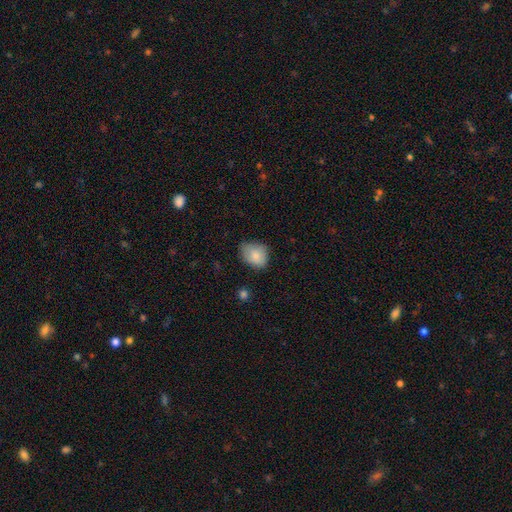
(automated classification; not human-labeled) smooth_or_featured: smooth (p=0.80) [alt: featured or disk p=0.12]
how_rounded: in between (p=0.59) [alt: round p=0.40]
merging: none (p=0.58) [alt: minor disturbance p=0.34]